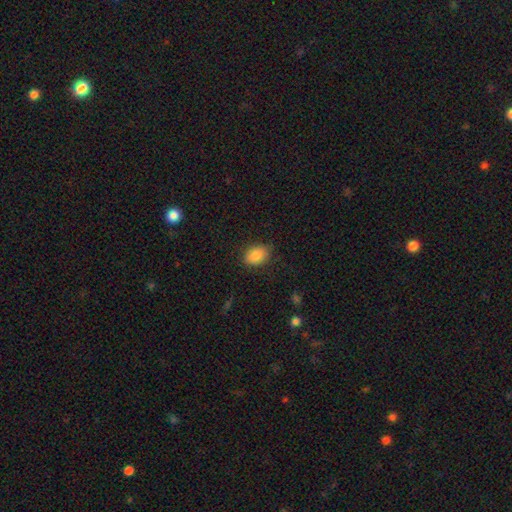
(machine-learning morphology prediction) This appears to be a smooth galaxy with no disk features (87%) that is in between round and cigar-shaped (80%). Merging: none (83%).